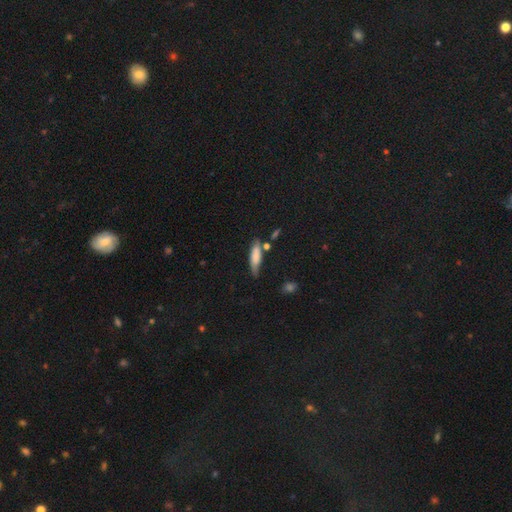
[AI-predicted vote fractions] Overall: smooth (72%). How rounded: cigar-shaped (61%; in between 37%). Merging: none (59%; minor disturbance 26%).